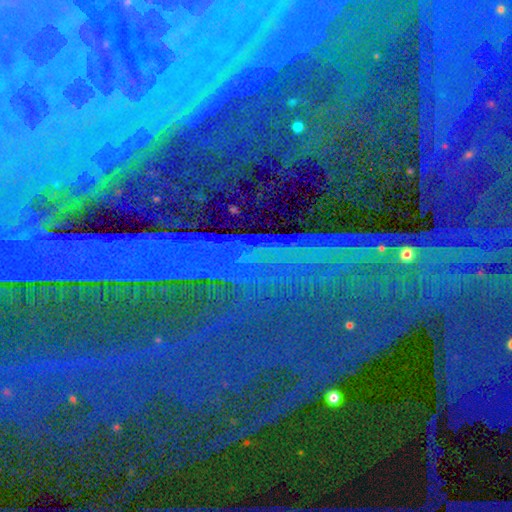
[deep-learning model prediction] smooth-or-featured: star or artifact: 86% | featured or disk: 8% | smooth: 6%